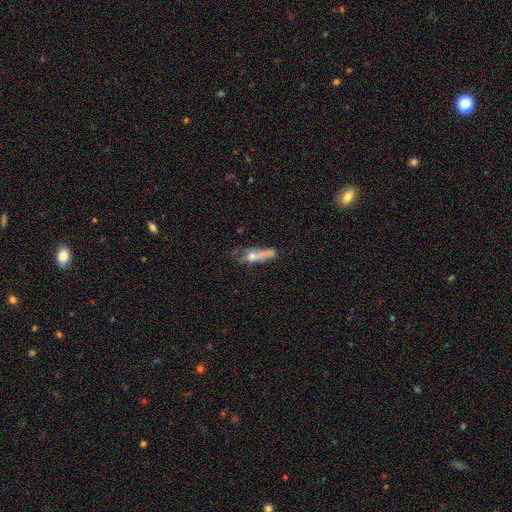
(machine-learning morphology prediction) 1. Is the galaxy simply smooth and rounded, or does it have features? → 47% smooth, 41% featured or disk, 12% star or artifact.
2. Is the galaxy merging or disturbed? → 30% major disturbance, 28% none, 23% merger, 19% minor disturbance.